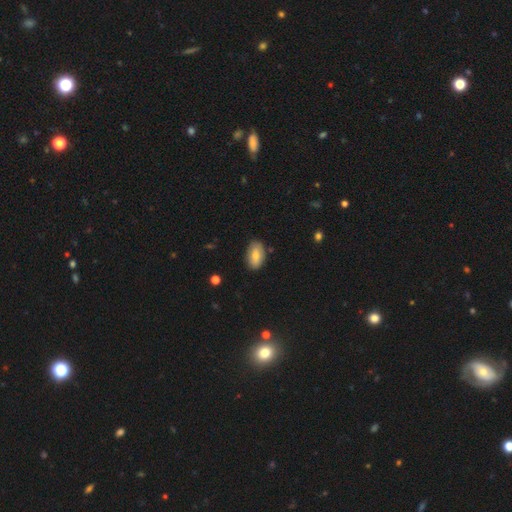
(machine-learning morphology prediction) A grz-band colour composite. It shows a smooth galaxy with no disk features (74%) that is in between round and cigar-shaped (93%). Merging: none (83%).